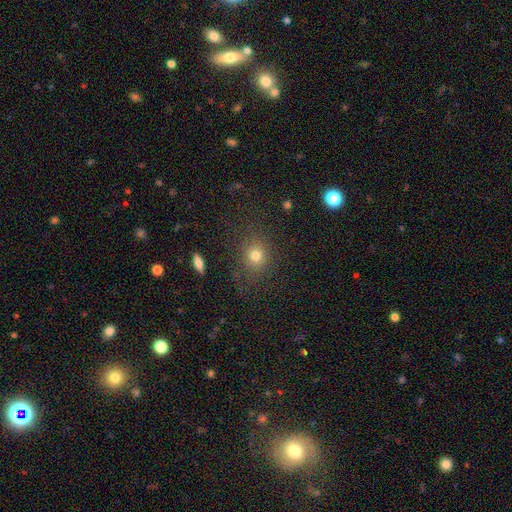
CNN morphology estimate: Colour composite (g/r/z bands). It shows a smooth galaxy with no disk features (74%) that is round (75%). Merging: none (81%).